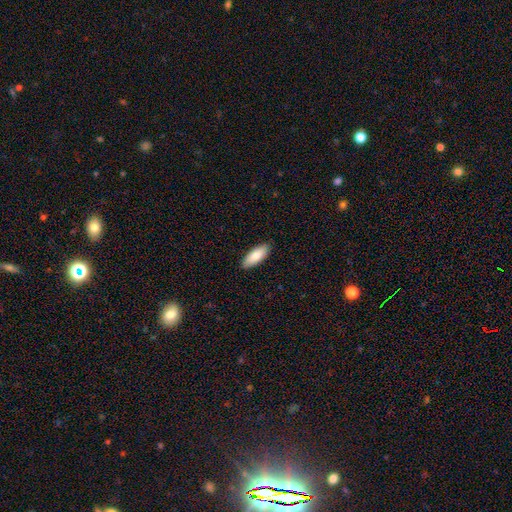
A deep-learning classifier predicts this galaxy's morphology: A smooth galaxy with no disk features (84%) that is in between round and cigar-shaped (77%). Merging: none (89%).